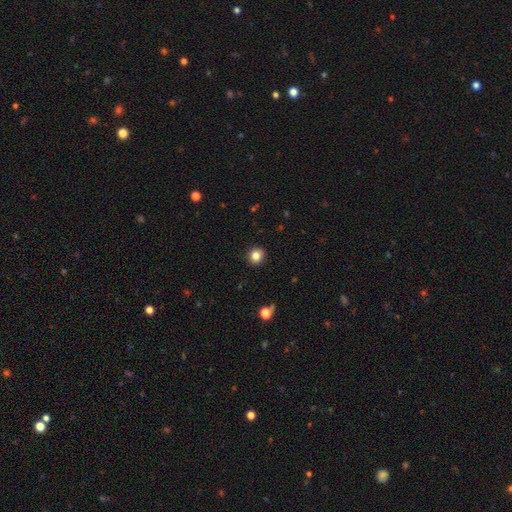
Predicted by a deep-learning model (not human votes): Smooth or featured: smooth — 83% (star or artifact — 11%)
How rounded: round — 87% (in between — 13%)
Merging: none — 91% (minor disturbance — 6%)